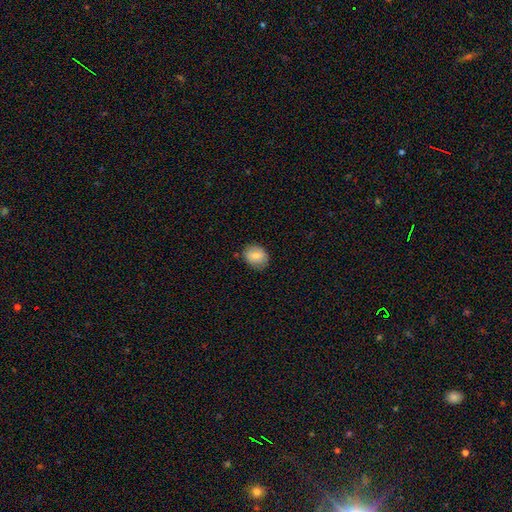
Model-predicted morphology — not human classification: Smooth or featured?
  - smooth: 78% *
  - featured or disk: 14%
  - star or artifact: 8%
How rounded?
  - round: 51% *
  - in between: 48%
  - cigar-shaped: 1%
Merging?
  - none: 81% *
  - minor disturbance: 15%
  - major disturbance: 3%
  - merger: 1%